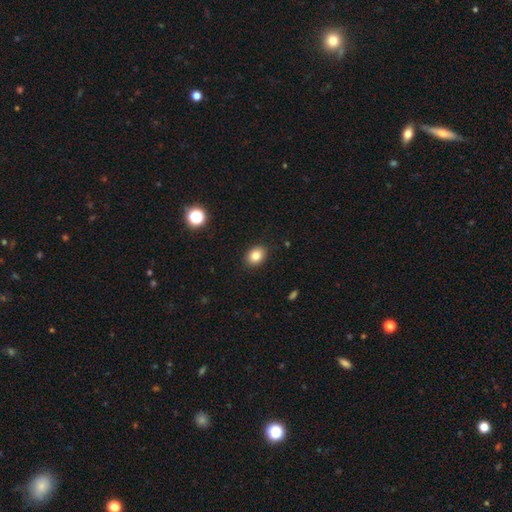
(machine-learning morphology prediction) Smooth or featured? smooth (84%)
How rounded? in between (65%)
Merging? none (89%)